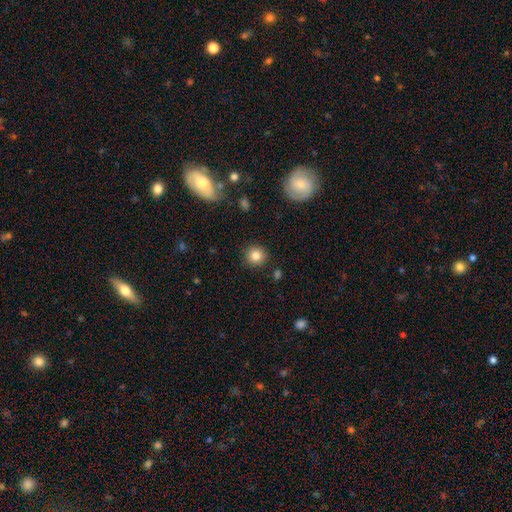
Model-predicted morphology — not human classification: This appears to be a smooth galaxy with no disk features (83%) that is round (92%). Merging: none (89%).